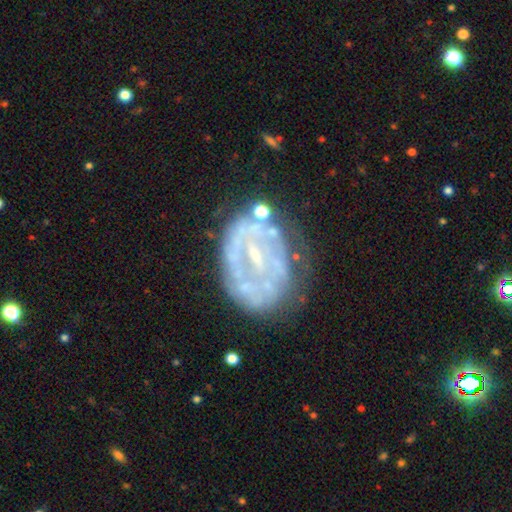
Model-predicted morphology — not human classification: Q: Smooth or featured?
A: featured or disk (75%); runner-up: smooth (16%)
Q: Edge-on disk?
A: no (97%); runner-up: yes (3%)
Q: Bar?
A: no (50%); runner-up: weak (35%)
Q: Spiral arms?
A: no (57%); runner-up: yes (43%)
Q: Bulge size?
A: small (54%); runner-up: none (27%)
Q: Merging?
A: none (56%); runner-up: minor disturbance (23%)